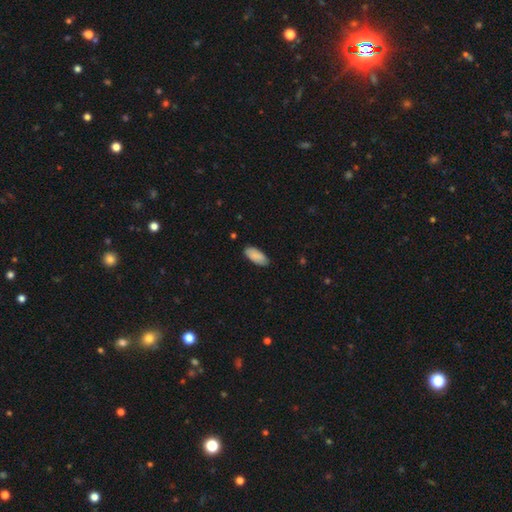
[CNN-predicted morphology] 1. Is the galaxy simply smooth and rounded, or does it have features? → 89% smooth, 6% featured or disk, 6% star or artifact.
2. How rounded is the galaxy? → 88% in between, 10% cigar-shaped, 2% round.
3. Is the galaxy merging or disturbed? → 85% none, 12% minor disturbance, 2% major disturbance, 1% merger.